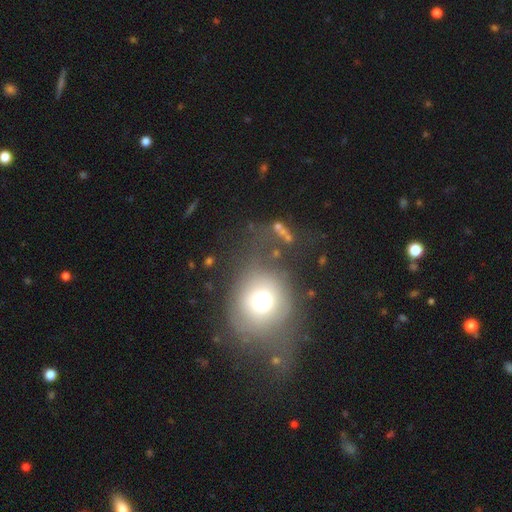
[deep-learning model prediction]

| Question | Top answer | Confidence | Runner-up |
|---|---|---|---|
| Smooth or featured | smooth | 57% | featured or disk (24%) |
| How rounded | round | 67% | in between (31%) |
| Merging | none | 52% | minor disturbance (21%) |